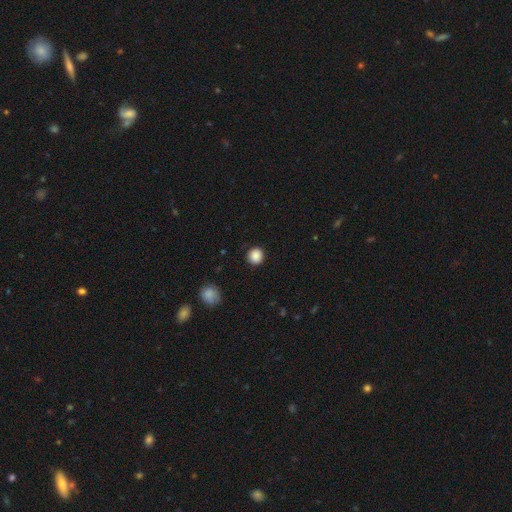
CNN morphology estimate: This is clearly a smooth galaxy (88%). How rounded: clearly round (92%). Merging: clearly none (91%).